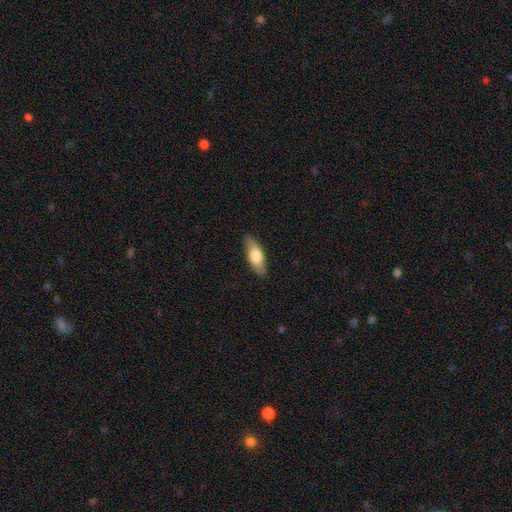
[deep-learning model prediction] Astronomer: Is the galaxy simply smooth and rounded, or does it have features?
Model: smooth — 69%.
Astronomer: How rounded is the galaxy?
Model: in between — 69%.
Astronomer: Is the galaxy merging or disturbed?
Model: none — 84%.